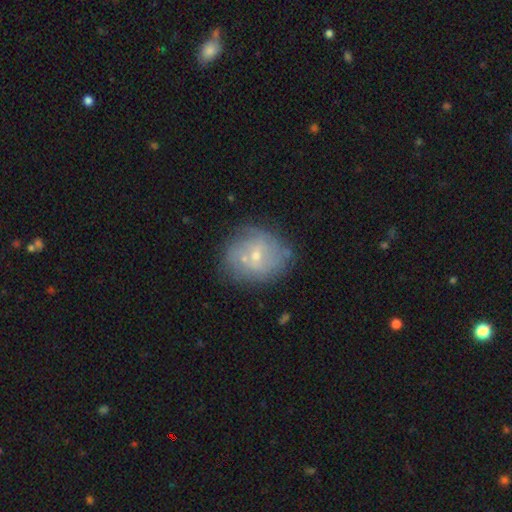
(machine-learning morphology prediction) The model was most divided on "spiral arms": yes: 60%, no: 40%. More confident: edge-on disk — no (97%); bulge size — small (70%); merging — none (61%); bar — no (59%); smooth or featured — featured or disk (57%).